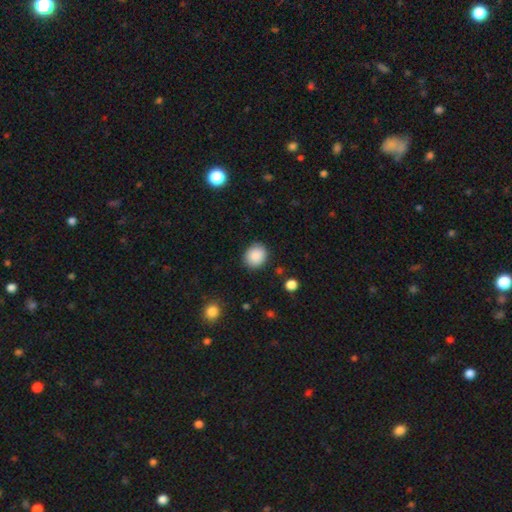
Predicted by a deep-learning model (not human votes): smooth 89%, star or artifact 8%, featured or disk 3%. Down the decision tree: how rounded — round (73%); merging — none (87%).